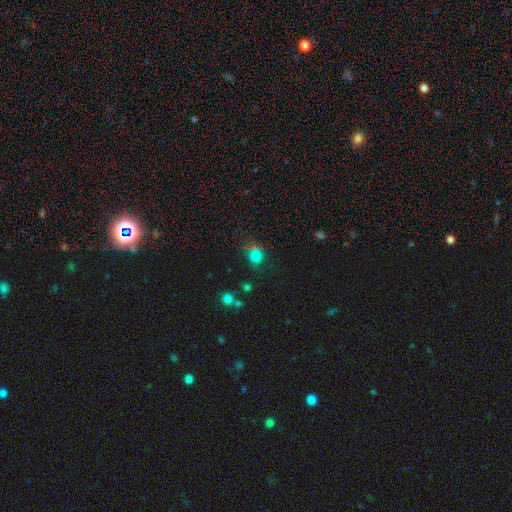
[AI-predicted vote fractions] The model was most divided on "merging": none: 63%, minor disturbance: 18%, merger: 12%, major disturbance: 8%. More confident: how rounded — round (77%); smooth or featured — smooth (72%).